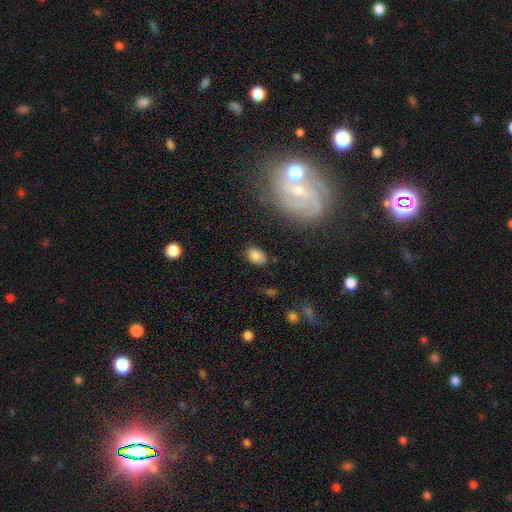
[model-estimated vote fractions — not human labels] Smooth or featured? smooth (80%)
How rounded? in between (81%)
Merging? none (81%)